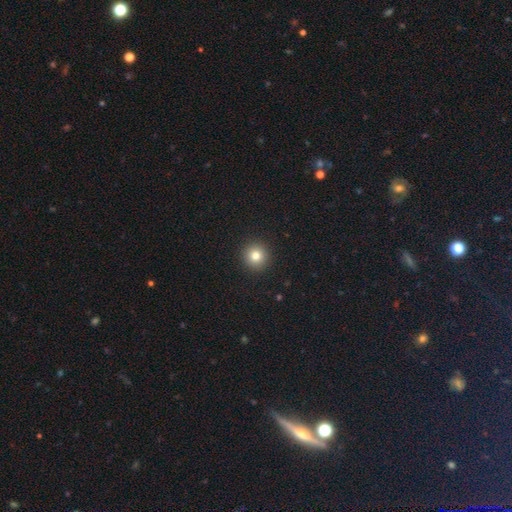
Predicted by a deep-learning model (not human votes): Smooth or featured? smooth (80%)
How rounded? round (95%)
Merging? none (93%)